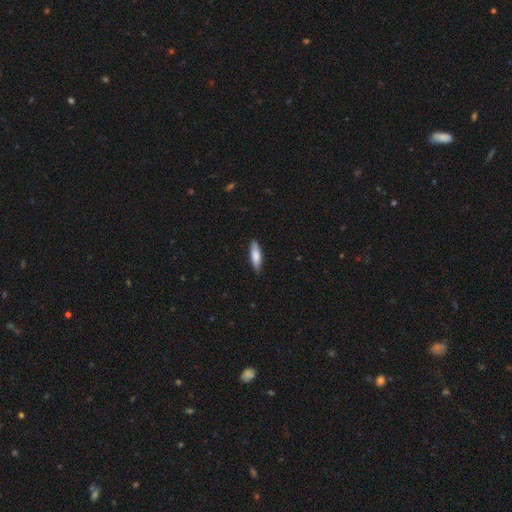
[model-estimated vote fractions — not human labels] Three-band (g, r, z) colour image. It shows a smooth galaxy with no disk features (78%) that is cigar-shaped (57%). Merging: none (87%).